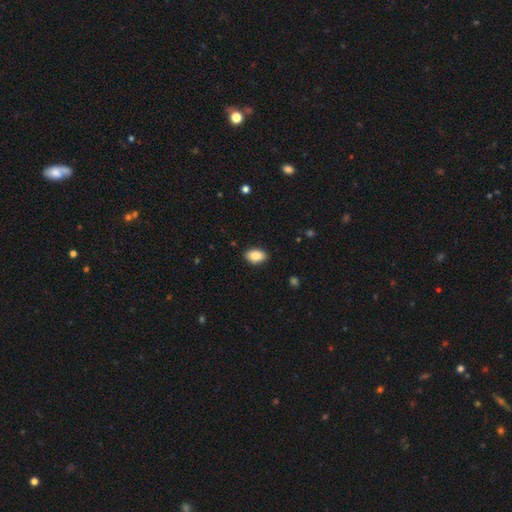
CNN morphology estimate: smooth 88%, star or artifact 7%, featured or disk 5%. Down the decision tree: how rounded — in between (91%); merging — none (89%).